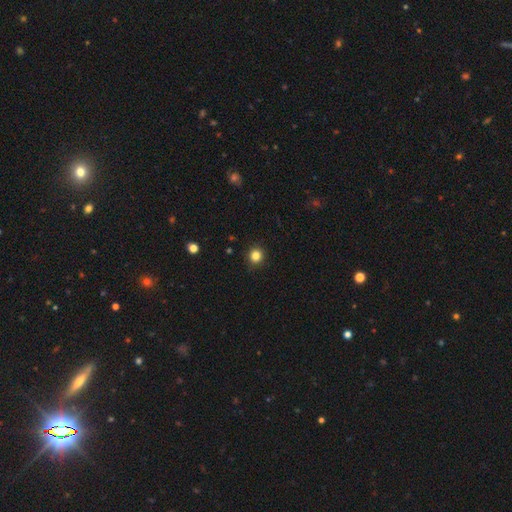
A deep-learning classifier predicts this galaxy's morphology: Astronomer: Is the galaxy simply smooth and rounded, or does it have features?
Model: smooth — 83%.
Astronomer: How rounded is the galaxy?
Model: round — 92%.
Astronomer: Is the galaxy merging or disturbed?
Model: none — 91%.